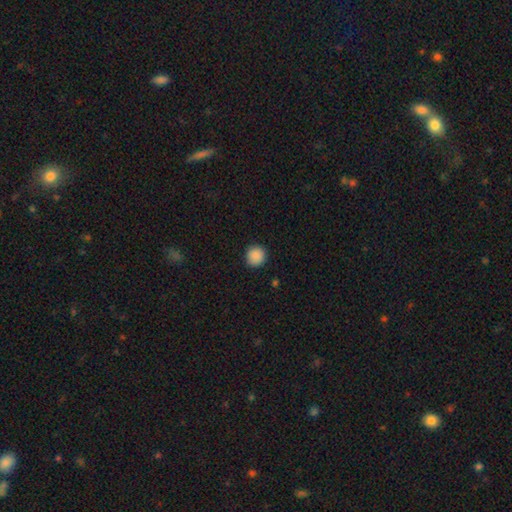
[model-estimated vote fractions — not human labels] This appears to be a smooth galaxy with no disk features (88%) that is round (93%). Merging: none (91%).